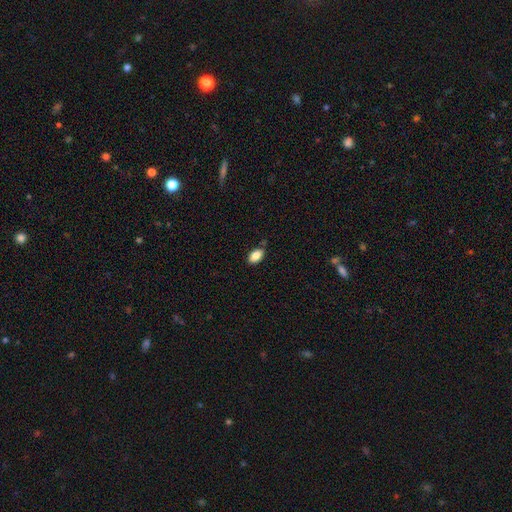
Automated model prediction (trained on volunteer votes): Smooth or featured? Predicted: smooth (p=0.86). How rounded? Predicted: in between (p=0.92). Merging? Predicted: none (p=0.81).